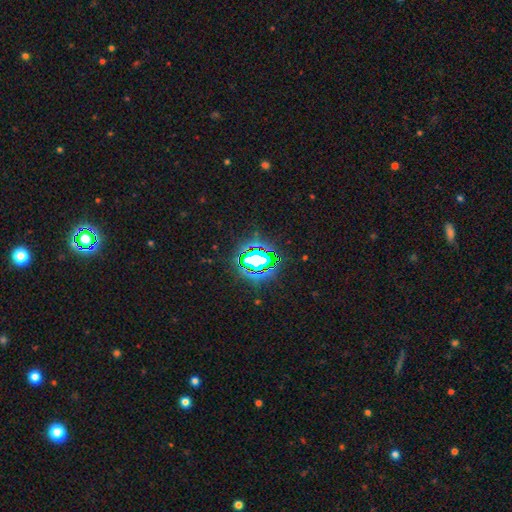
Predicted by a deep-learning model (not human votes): This is likely a star or artifact rather than a galaxy (73%).